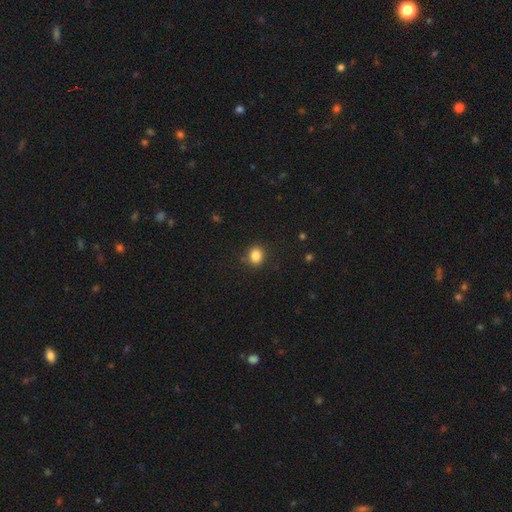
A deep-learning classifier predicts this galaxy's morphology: The model was most divided on "how rounded": round: 69%, in between: 30%, cigar-shaped: 1%. More confident: merging — none (88%); smooth or featured — smooth (85%).